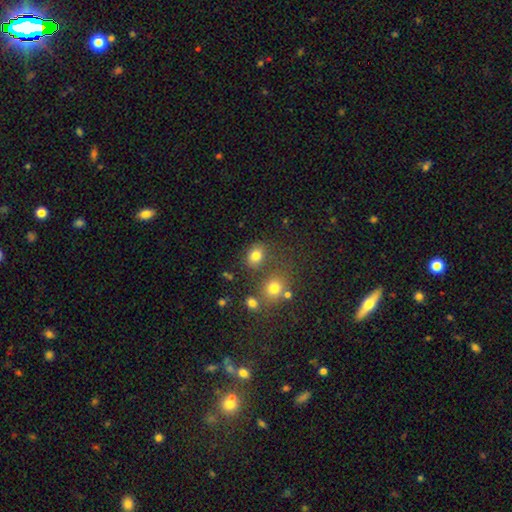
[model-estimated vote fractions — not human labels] smooth_or_featured: smooth (p=0.78) [alt: star or artifact p=0.15]
how_rounded: in between (p=0.57) [alt: round p=0.41]
merging: none (p=0.66) [alt: merger p=0.14]